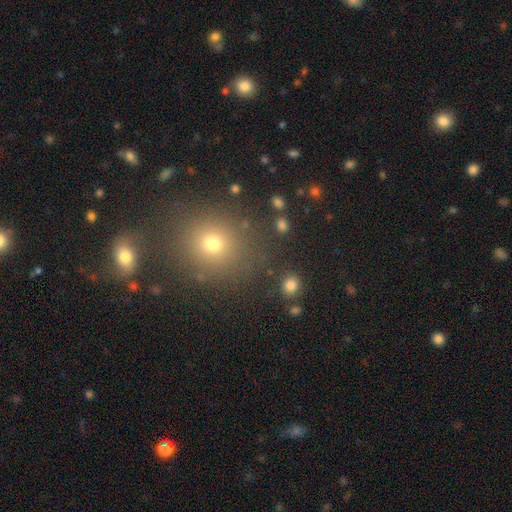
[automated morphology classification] Overall: smooth (63%; star or artifact 28%). How rounded: round (85%). Merging: none (84%).